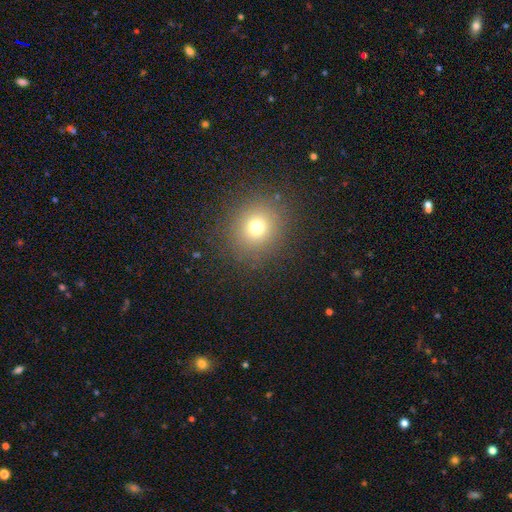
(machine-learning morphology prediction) Smooth or featured? Predicted: smooth (p=0.68). How rounded? Predicted: round (p=0.87). Merging? Predicted: none (p=0.92).